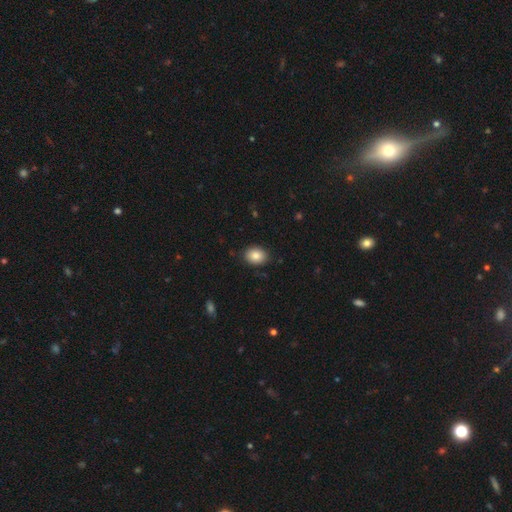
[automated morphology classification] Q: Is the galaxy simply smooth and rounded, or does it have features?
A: smooth — 86%.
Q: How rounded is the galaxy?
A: in between — 66%.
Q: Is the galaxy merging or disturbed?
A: none — 88%.